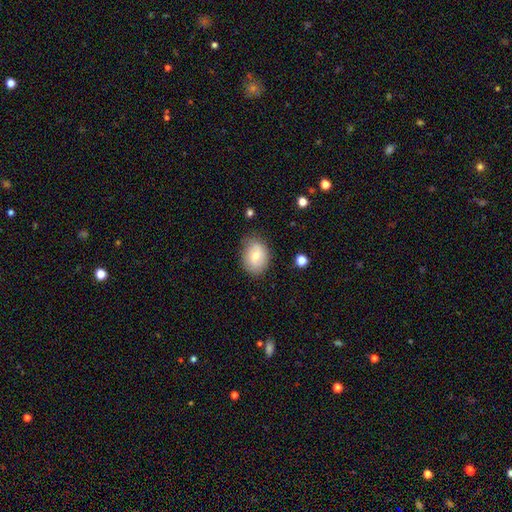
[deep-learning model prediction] Smooth or featured? Predicted: smooth (p=0.67). How rounded? Predicted: in between (p=0.60). Merging? Predicted: none (p=0.79).